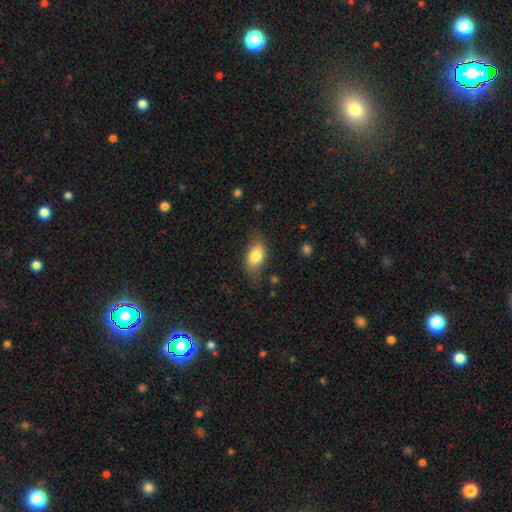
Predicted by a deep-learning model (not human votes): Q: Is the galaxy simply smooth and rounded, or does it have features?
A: smooth — 79%.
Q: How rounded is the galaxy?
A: in between — 89%.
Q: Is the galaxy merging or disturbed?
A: none — 72%.